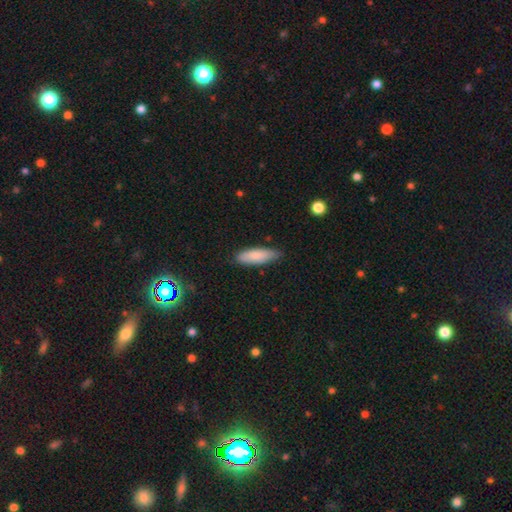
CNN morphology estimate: smooth_or_featured: smooth (p=0.84) [alt: featured or disk p=0.10]
how_rounded: in between (p=0.57) [alt: cigar-shaped p=0.42]
merging: none (p=0.76) [alt: minor disturbance p=0.20]